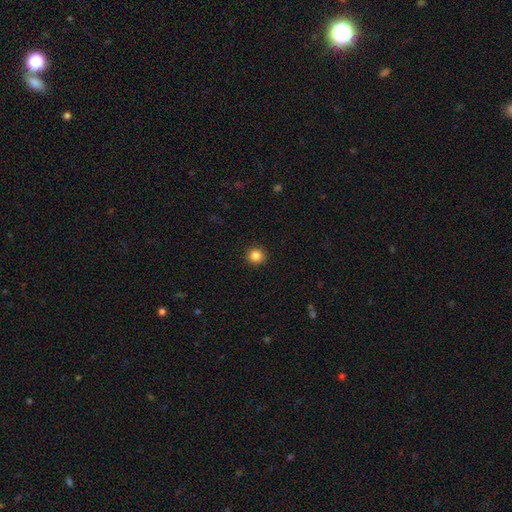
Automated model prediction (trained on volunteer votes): This is clearly a smooth galaxy (86%). How rounded: clearly round (93%). Merging: clearly none (93%).